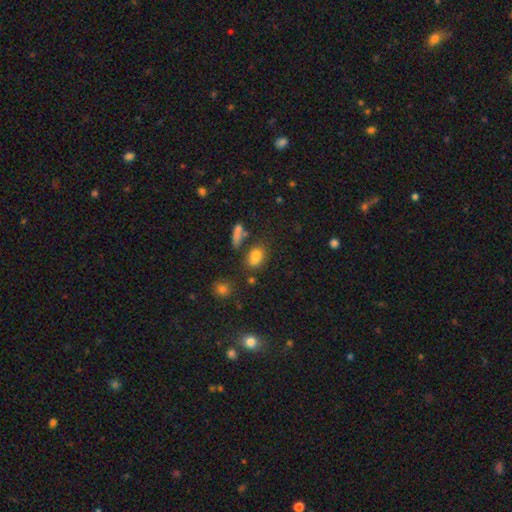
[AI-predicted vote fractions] Overall: smooth (73%). How rounded: in between (64%; round 32%). Merging: none (51%; merger 25%).